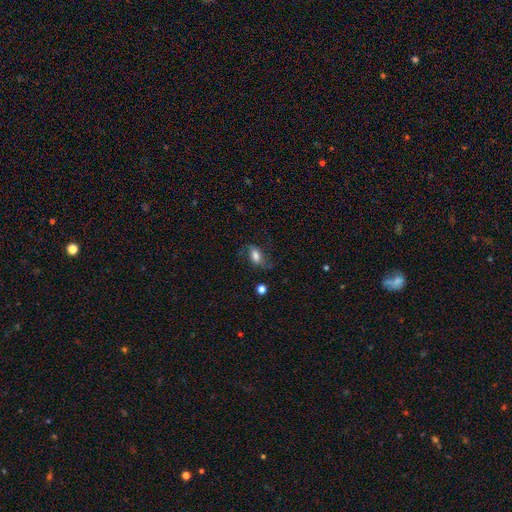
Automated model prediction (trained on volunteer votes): Smooth or featured? Predicted: smooth (p=0.61). How rounded? Predicted: in between (p=0.84). Merging? Predicted: none (p=0.59).